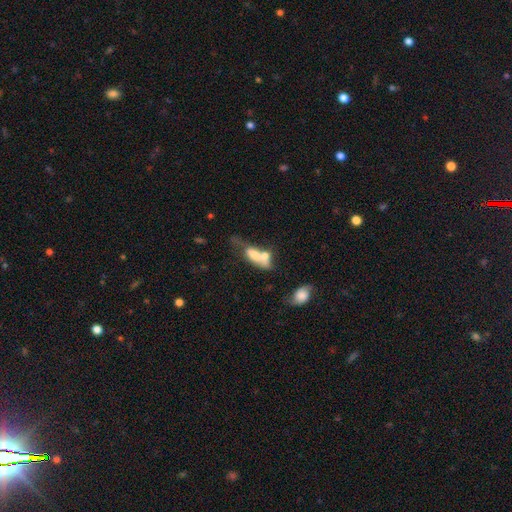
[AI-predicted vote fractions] This is likely a smooth galaxy (61%). How rounded: likely in between (71%). Merging: possibly merger (46%).